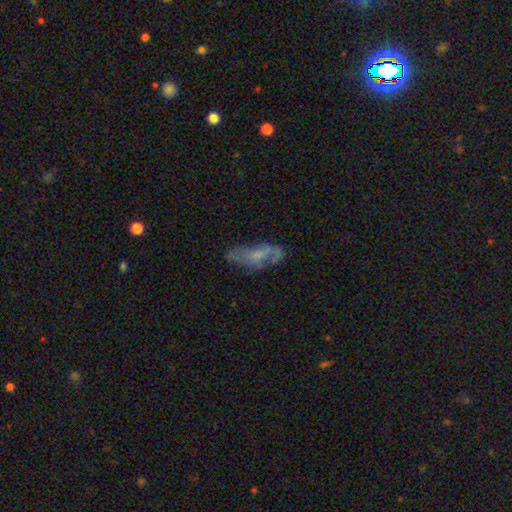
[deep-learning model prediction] A featured or disk galaxy (49%). Merging: none (55%).